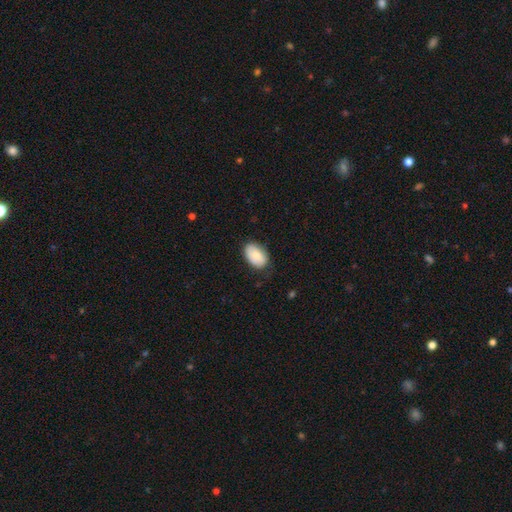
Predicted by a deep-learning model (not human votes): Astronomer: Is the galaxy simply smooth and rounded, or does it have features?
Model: smooth — 81%.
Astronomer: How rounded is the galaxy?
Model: in between — 90%.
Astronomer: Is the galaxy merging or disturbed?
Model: none — 75%.